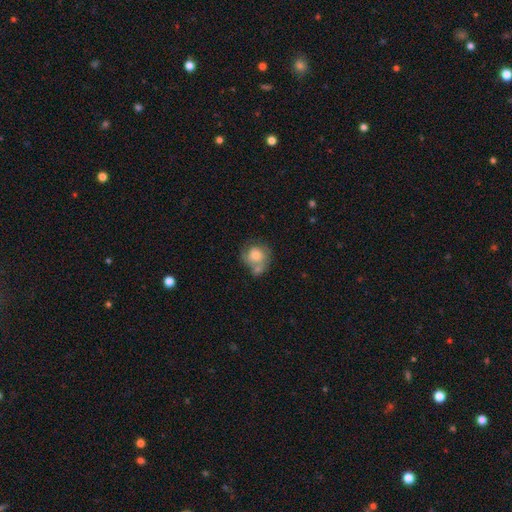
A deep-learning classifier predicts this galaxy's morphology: Smooth or featured: smooth — 61% (featured or disk — 31%)
How rounded: round — 76% (in between — 23%)
Merging: none — 36% (merger — 34%)